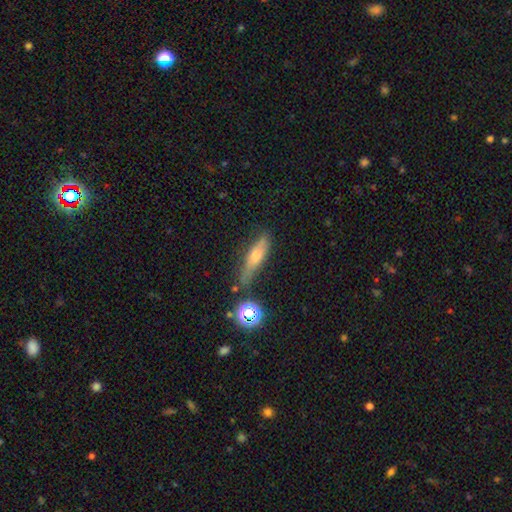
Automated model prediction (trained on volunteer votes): smooth_or_featured: smooth (p=0.65) [alt: featured or disk p=0.23]
how_rounded: cigar-shaped (p=0.65) [alt: in between p=0.30]
merging: none (p=0.56) [alt: minor disturbance p=0.26]